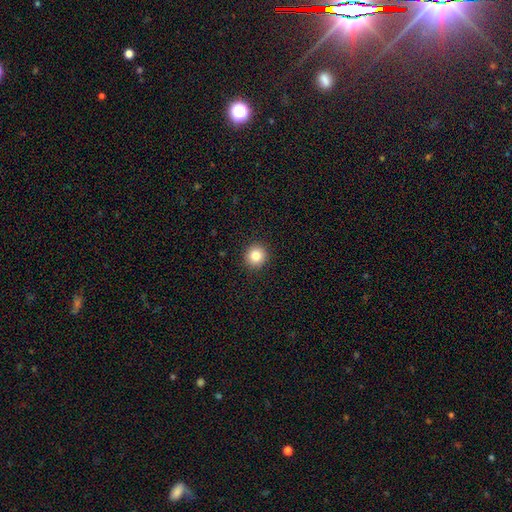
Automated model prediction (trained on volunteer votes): smooth 84%, star or artifact 10%, featured or disk 5%. Down the decision tree: how rounded — round (94%); merging — none (92%).